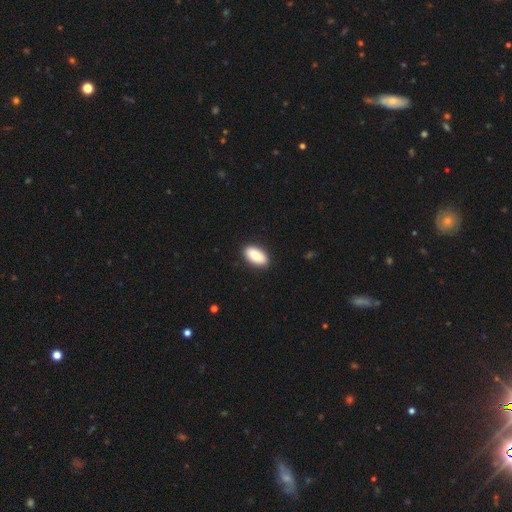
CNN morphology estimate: smooth_or_featured: smooth (p=0.86) [alt: featured or disk p=0.08]
how_rounded: in between (p=0.92) [alt: cigar-shaped p=0.05]
merging: none (p=0.90) [alt: minor disturbance p=0.07]